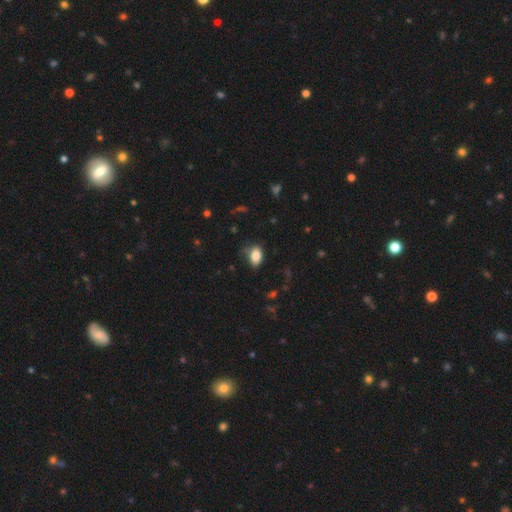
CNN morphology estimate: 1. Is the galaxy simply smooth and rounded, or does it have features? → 83% smooth, 9% star or artifact, 8% featured or disk.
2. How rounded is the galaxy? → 84% in between, 14% round, 2% cigar-shaped.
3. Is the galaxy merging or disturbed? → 66% none, 25% minor disturbance, 7% major disturbance, 2% merger.